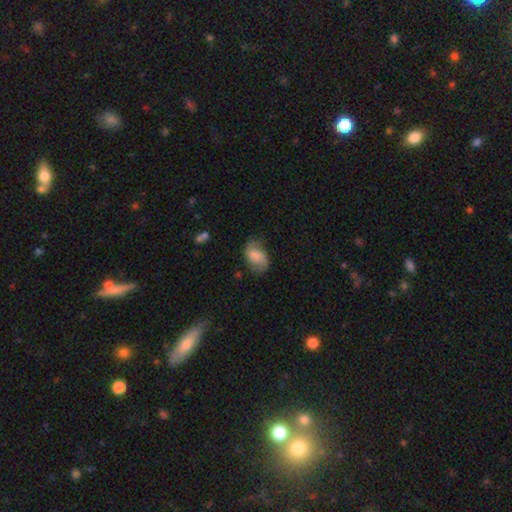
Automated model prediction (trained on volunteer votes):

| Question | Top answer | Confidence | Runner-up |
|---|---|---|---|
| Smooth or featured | smooth | 58% | featured or disk (34%) |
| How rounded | in between | 85% | round (14%) |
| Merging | none | 63% | minor disturbance (26%) |